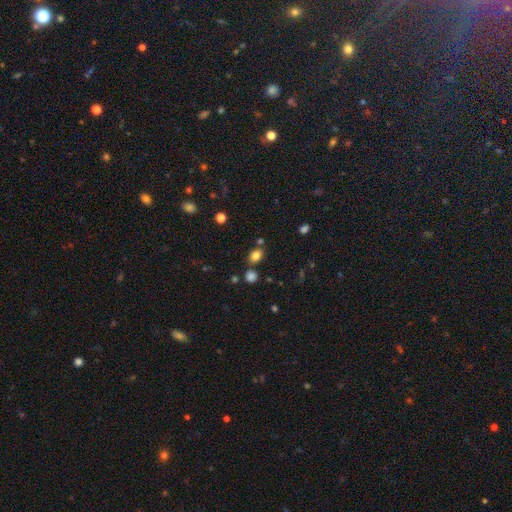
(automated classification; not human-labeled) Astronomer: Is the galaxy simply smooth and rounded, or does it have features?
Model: smooth — 81%.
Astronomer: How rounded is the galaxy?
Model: in between — 65%.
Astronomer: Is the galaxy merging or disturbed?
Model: none — 76%.